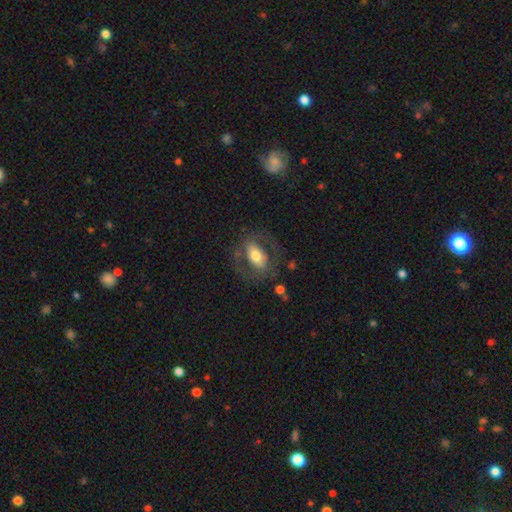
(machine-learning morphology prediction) Smooth or featured? featured or disk (52%)
Edge-on disk? no (89%)
Merging? none (65%)